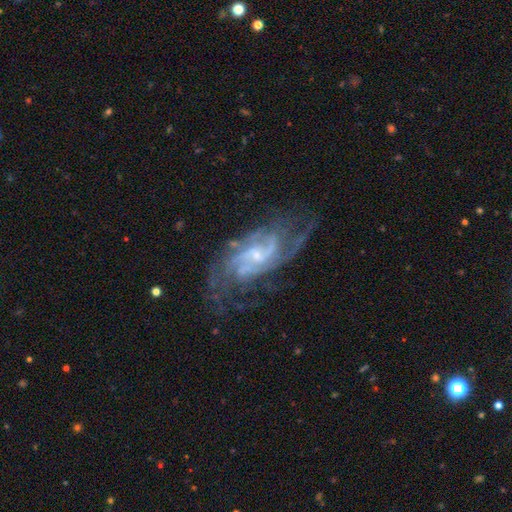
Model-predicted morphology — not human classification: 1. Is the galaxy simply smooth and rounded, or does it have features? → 86% featured or disk, 7% star or artifact, 6% smooth.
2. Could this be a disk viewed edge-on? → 95% no, 5% yes.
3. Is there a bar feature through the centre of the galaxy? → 46% weak, 43% no, 11% strong.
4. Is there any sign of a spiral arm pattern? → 95% yes, 5% no.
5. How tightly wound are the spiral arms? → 46% medium, 36% tight, 18% loose.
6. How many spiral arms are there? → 31% 2, 30% can't tell, 17% 3, 11% 4, 6% more than 4, 6% 1.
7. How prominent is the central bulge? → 64% small, 26% moderate, 8% none, 2% large, 1% dominant.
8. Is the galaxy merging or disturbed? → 64% none, 19% minor disturbance, 15% major disturbance, 2% merger.